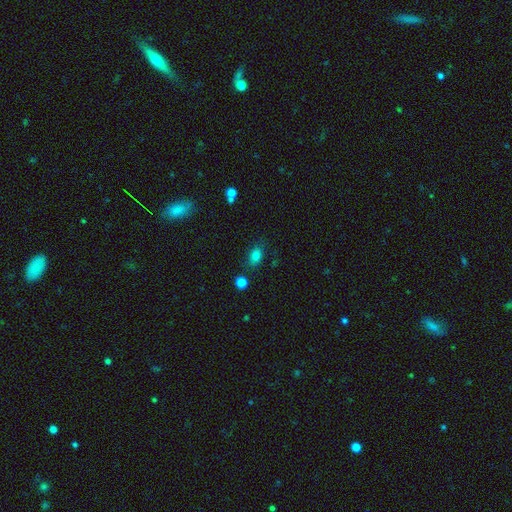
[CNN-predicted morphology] A smooth galaxy with no disk features (80%) that is in between round and cigar-shaped (76%).

Vote fractions:
- Smooth or featured? smooth: 80% / star or artifact: 12% / featured or disk: 8%
- How rounded? in between: 76% / round: 22% / cigar-shaped: 2%
- Merging? none: 78% / minor disturbance: 15% / merger: 4% / major disturbance: 4%